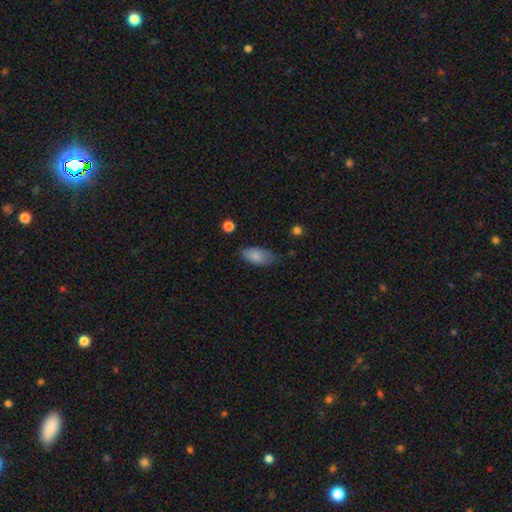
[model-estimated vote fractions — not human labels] smooth 83%, featured or disk 10%, star or artifact 7%. Down the decision tree: how rounded — in between (92%); merging — none (64%).